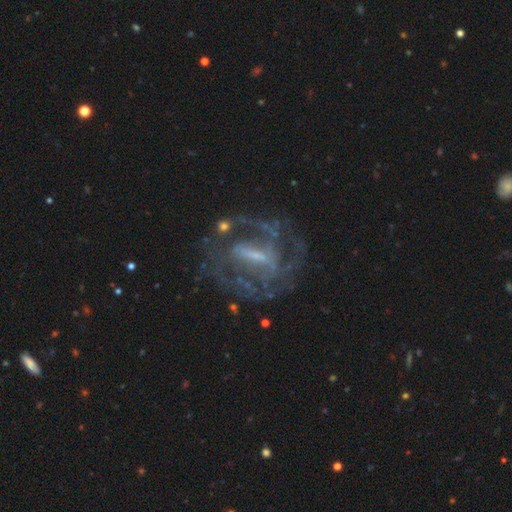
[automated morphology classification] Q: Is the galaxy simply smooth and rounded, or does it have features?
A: featured or disk — 84%.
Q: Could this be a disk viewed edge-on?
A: no — 94%.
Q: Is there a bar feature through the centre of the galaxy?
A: strong — 50%.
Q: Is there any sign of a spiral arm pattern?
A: yes — 82%.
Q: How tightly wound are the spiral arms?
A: tight — 47%.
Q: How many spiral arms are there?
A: can't tell — 37%.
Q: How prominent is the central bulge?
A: small — 48%.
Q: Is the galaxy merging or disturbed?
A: none — 66%.